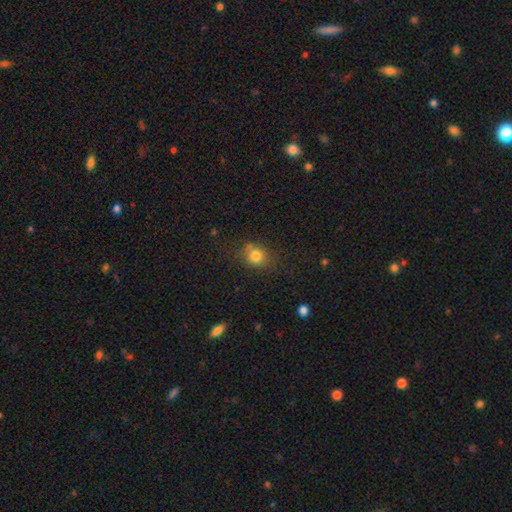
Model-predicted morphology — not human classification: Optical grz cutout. It shows a smooth galaxy with no disk features (80%) that is round (72%). Merging: none (73%).